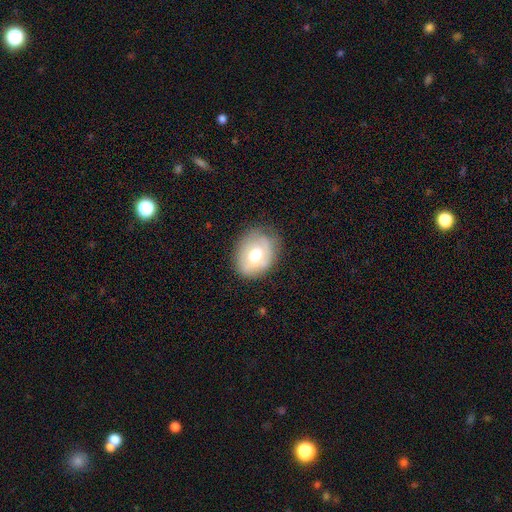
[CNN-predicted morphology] Smooth or featured: smooth — 57% (featured or disk — 35%)
How rounded: in between — 54% (round — 45%)
Merging: none — 69% (minor disturbance — 22%)